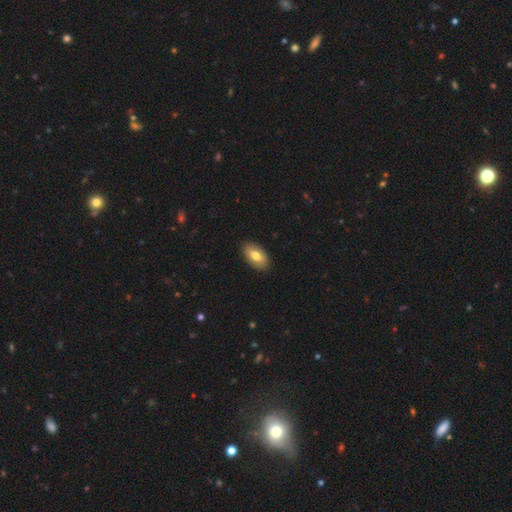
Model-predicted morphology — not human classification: A smooth galaxy with no disk features (74%) that is in between round and cigar-shaped (93%). Merging: none (88%).